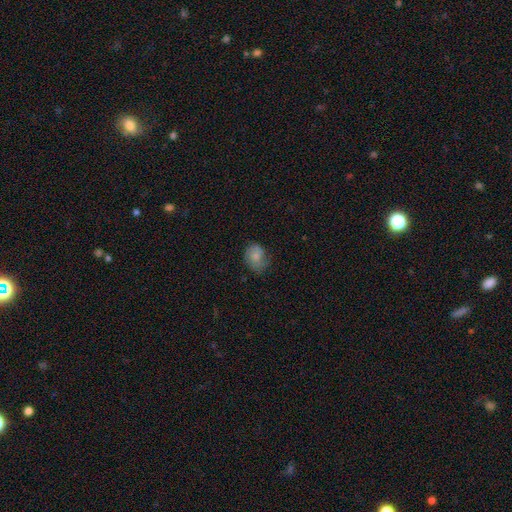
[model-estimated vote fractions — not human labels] Smooth or featured? Predicted: smooth (p=0.70). How rounded? Predicted: in between (p=0.54). Merging? Predicted: none (p=0.50).